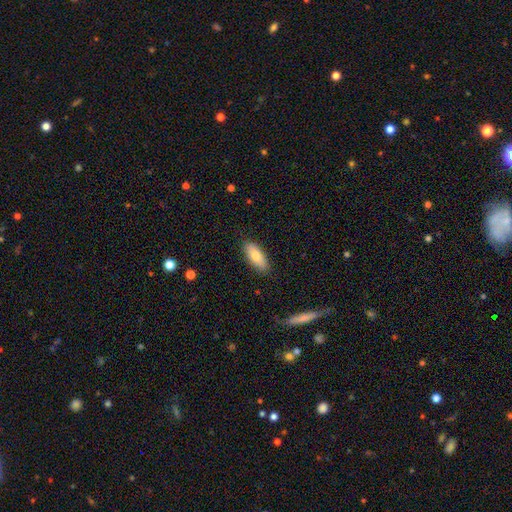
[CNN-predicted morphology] Smooth or featured: smooth — 79% (featured or disk — 15%)
How rounded: in between — 79% (cigar-shaped — 19%)
Merging: none — 86% (minor disturbance — 11%)